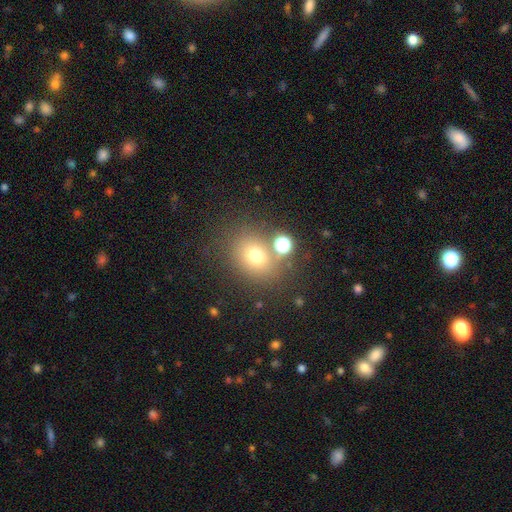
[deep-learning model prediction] This appears to be a smooth galaxy with no disk features (69%) that is round (60%). Merging: none (68%).